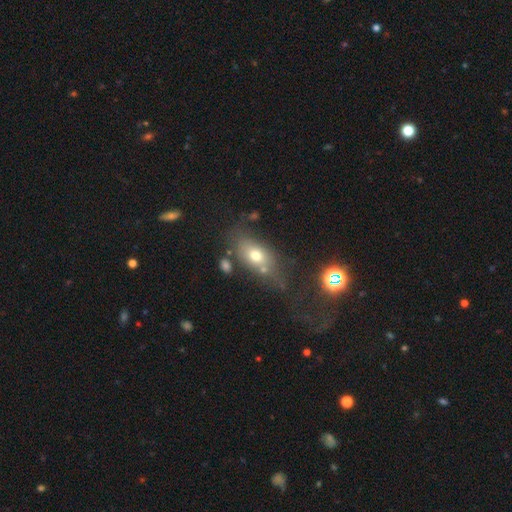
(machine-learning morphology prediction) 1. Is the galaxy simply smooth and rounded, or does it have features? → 67% smooth, 21% featured or disk, 12% star or artifact.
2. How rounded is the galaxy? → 80% in between, 15% round, 5% cigar-shaped.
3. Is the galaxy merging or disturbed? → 50% none, 22% minor disturbance, 15% major disturbance, 14% merger.